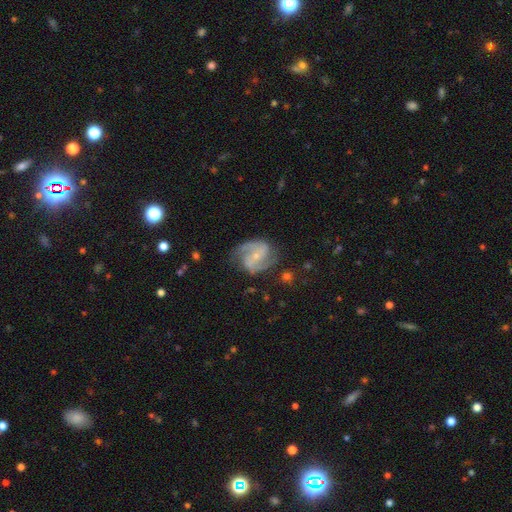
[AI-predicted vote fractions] Smooth or featured? featured or disk (87%)
Edge-on disk? no (98%)
Bar? no (42%)
Spiral arms? yes (97%)
Spiral winding? medium (56%)
Spiral arm count? 2 (90%)
Bulge size? small (69%)
Merging? none (74%)